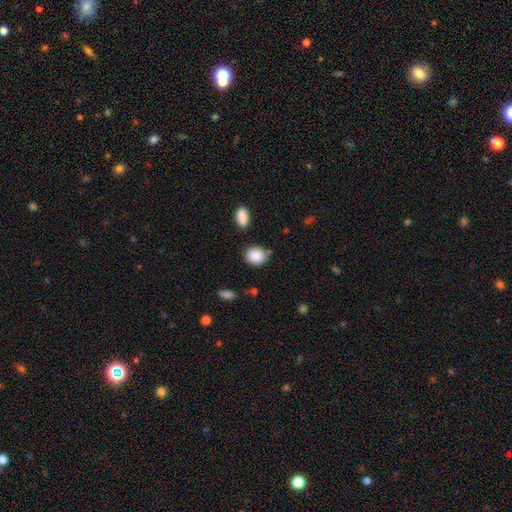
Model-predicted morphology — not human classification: Smooth or featured? smooth (88%)
How rounded? round (59%)
Merging? none (80%)